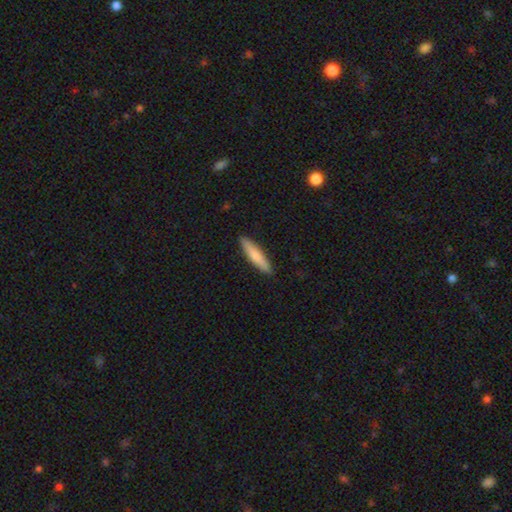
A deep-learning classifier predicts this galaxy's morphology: type=smooth (71%); roundness=cigar-shaped (86%); merging=none (90%).